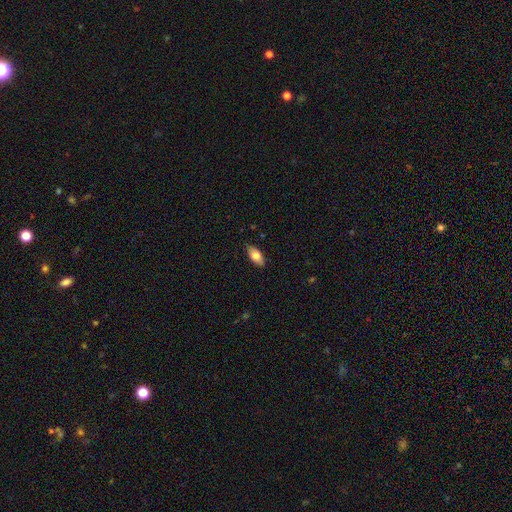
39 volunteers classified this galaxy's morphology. Volunteers were most divided on "smooth or featured": smooth: 64%, featured or disk: 26%, star or artifact: 10%. More confident: how rounded — in between (88%); merging — none (80%).